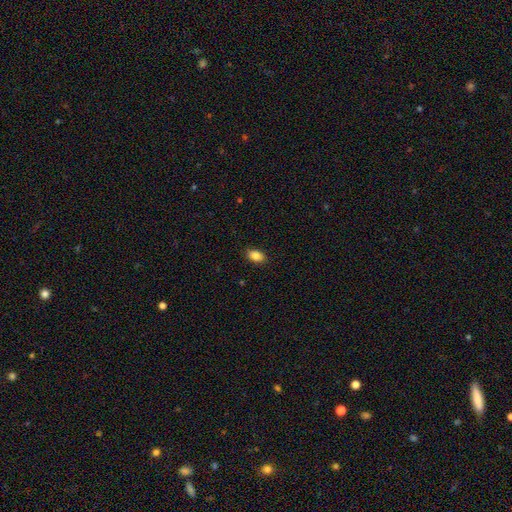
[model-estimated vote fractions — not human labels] Smooth or featured: smooth — 84% (star or artifact — 8%)
How rounded: in between — 87% (round — 10%)
Merging: none — 88% (minor disturbance — 9%)